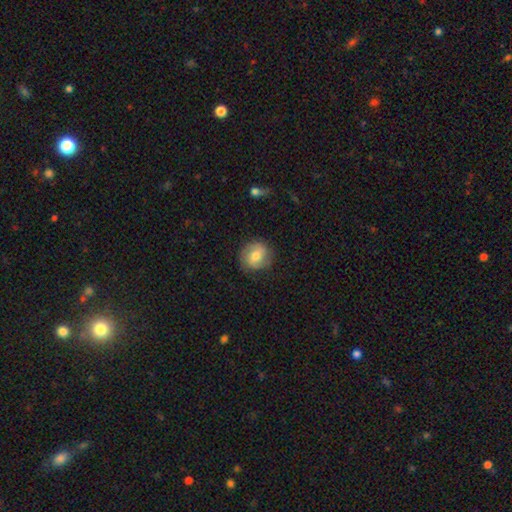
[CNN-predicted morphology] Smooth or featured?
  - smooth: 66% *
  - featured or disk: 26%
  - star or artifact: 8%
How rounded?
  - round: 81% *
  - in between: 18%
  - cigar-shaped: 1%
Merging?
  - none: 81% *
  - minor disturbance: 14%
  - major disturbance: 4%
  - merger: 1%